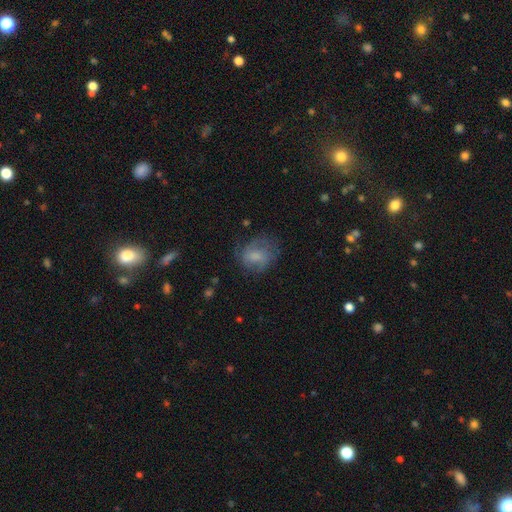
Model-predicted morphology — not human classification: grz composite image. It shows a smooth galaxy with no disk features (48%). Merging: none (59%).